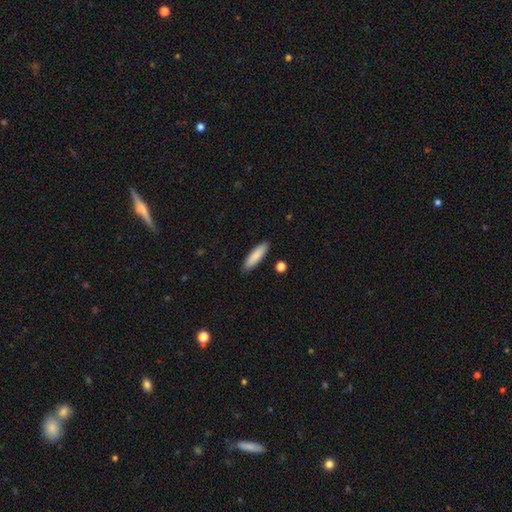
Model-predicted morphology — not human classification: smooth_or_featured: smooth (p=0.86) [alt: featured or disk p=0.09]
how_rounded: cigar-shaped (p=0.70) [alt: in between p=0.28]
merging: none (p=0.89) [alt: minor disturbance p=0.08]